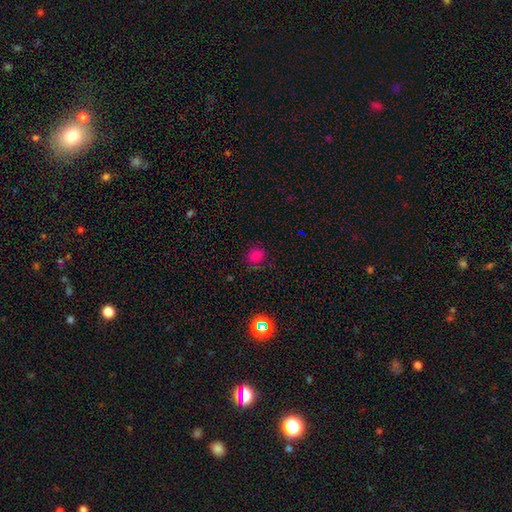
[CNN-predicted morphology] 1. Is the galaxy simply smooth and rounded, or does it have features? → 74% smooth, 21% star or artifact, 5% featured or disk.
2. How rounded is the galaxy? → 76% round, 23% in between, 1% cigar-shaped.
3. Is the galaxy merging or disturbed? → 76% none, 17% minor disturbance, 6% major disturbance, 2% merger.